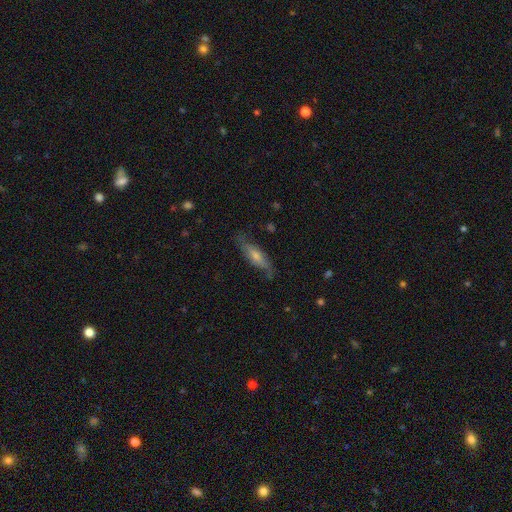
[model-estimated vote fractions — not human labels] This appears to be a featured or disk galaxy (55%). Merging: none (71%).